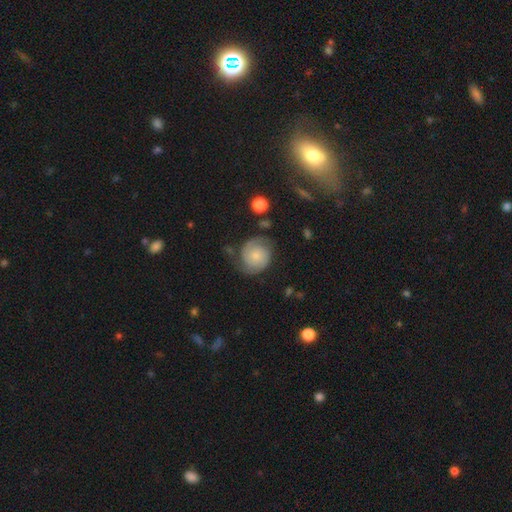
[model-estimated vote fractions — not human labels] This is likely a featured or disk galaxy (67%). It is clearly not viewed edge-on (98%). Bar: likely no (73%). Spiral arm pattern: clearly yes (94%). Spiral arm count: clearly 2 (85%). Spiral winding: possibly tight (51%). Central bulge: likely small (62%). Merging: likely none (67%).